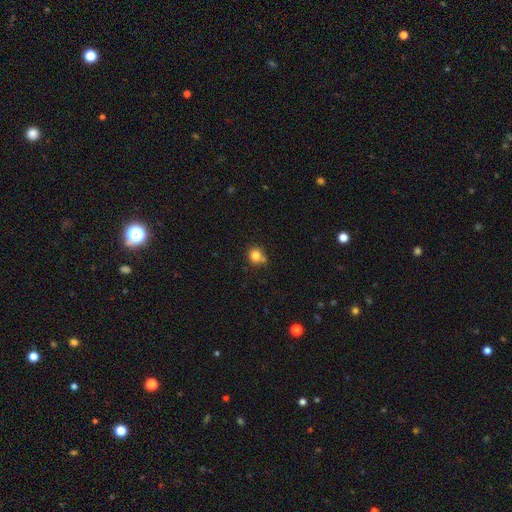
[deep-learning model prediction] This is clearly a smooth galaxy (81%). How rounded: clearly round (83%). Merging: likely none (64%).